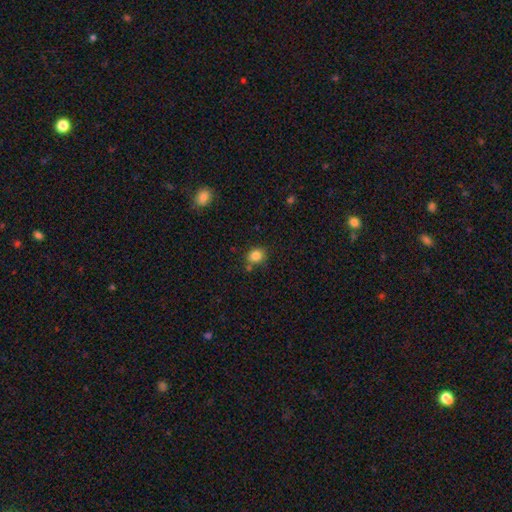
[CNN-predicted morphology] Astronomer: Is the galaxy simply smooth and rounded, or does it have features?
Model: smooth — 84%.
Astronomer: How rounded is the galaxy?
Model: round — 71%.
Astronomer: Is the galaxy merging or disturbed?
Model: none — 73%.